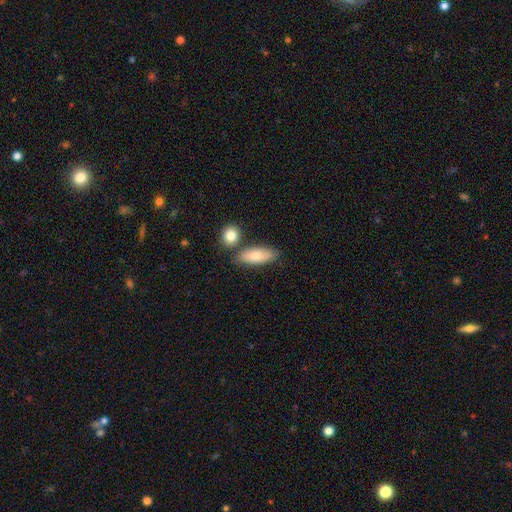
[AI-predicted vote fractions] smooth-or-featured: smooth: 76% | featured or disk: 17% | star or artifact: 6%
  how-rounded: in between: 74% | cigar-shaped: 22% | round: 4%
  merging: none: 67% | merger: 16% | minor disturbance: 13% | major disturbance: 3%